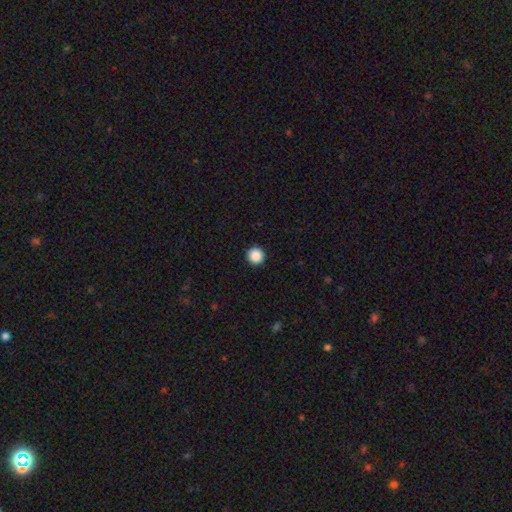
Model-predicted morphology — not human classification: smooth 88%, star or artifact 9%, featured or disk 2%. Down the decision tree: how rounded — round (96%); merging — none (93%).